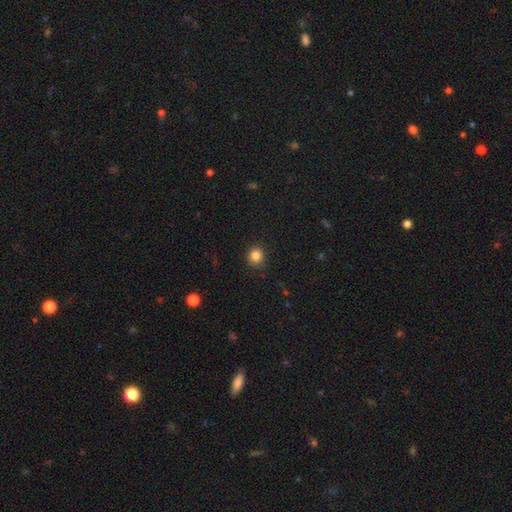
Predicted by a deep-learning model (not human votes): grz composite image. It shows a smooth galaxy with no disk features (84%) that is round (87%). Merging: none (87%).